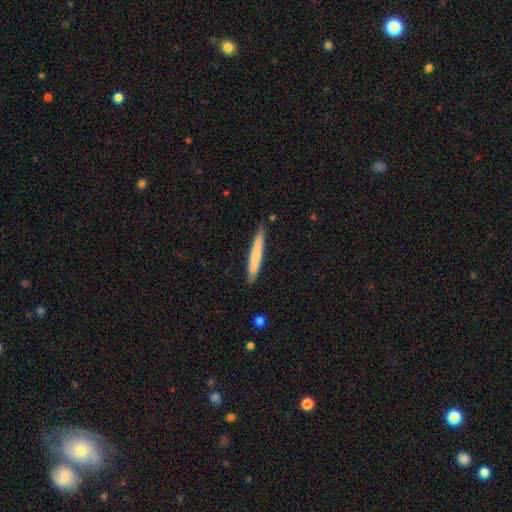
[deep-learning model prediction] smooth-or-featured: smooth: 71% | featured or disk: 24% | star or artifact: 5%
  how-rounded: cigar-shaped: 96% | in between: 3% | round: 1%
  merging: none: 88% | minor disturbance: 10% | major disturbance: 1% | merger: 1%